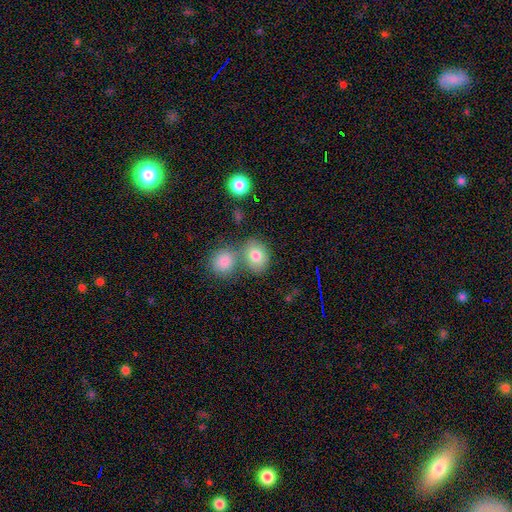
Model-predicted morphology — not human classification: Smooth or featured? Predicted: smooth (p=0.80). How rounded? Predicted: in between (p=0.50). Merging? Predicted: none (p=0.50).